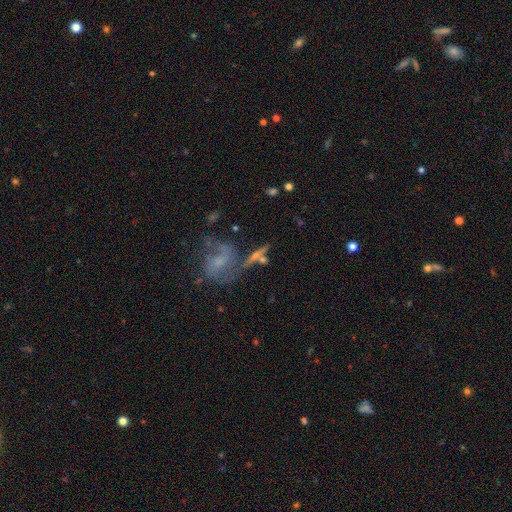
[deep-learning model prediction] Smooth or featured?
  - featured or disk: 55% *
  - smooth: 30%
  - star or artifact: 15%
Edge-on disk?
  - no: 63% *
  - yes: 37%
Merging?
  - none: 52% *
  - merger: 19%
  - minor disturbance: 16%
  - major disturbance: 13%